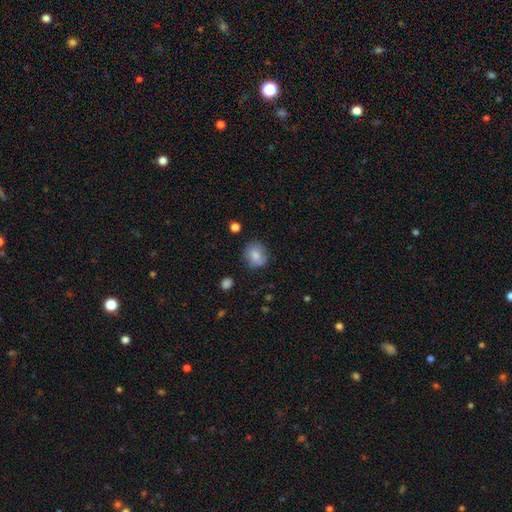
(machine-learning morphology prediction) Overall: smooth (77%). How rounded: round (81%). Merging: none (76%).